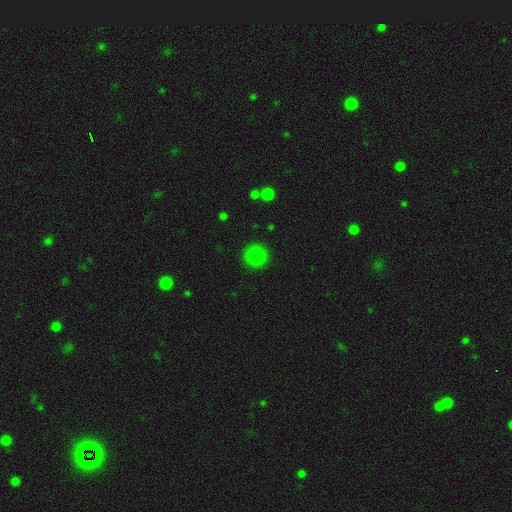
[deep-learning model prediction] Smooth or featured? smooth (83%)
How rounded? round (94%)
Merging? none (91%)